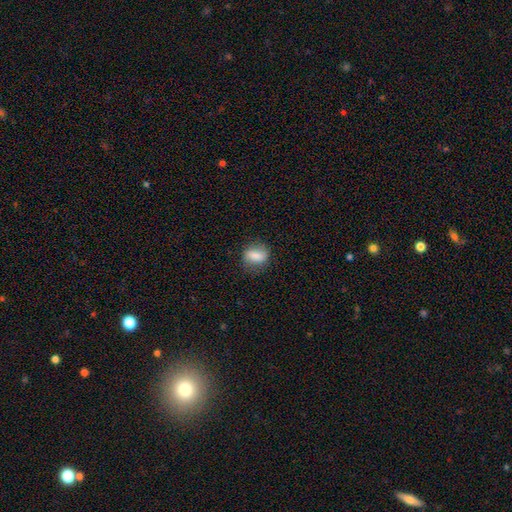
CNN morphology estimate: smooth_or_featured: smooth (p=0.76) [alt: featured or disk p=0.16]
how_rounded: in between (p=0.60) [alt: round p=0.36]
merging: none (p=0.76) [alt: minor disturbance p=0.17]